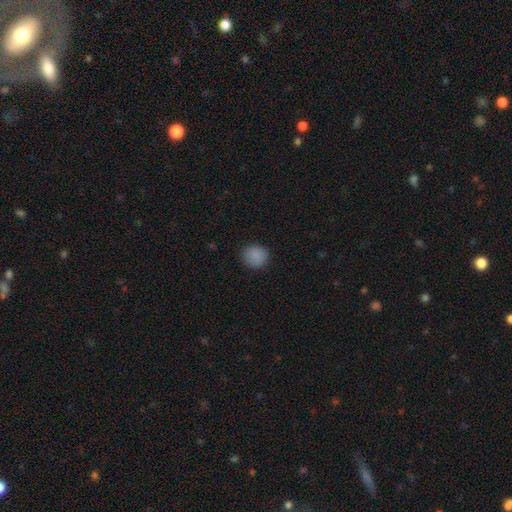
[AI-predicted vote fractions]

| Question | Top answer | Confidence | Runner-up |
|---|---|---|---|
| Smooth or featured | smooth | 87% | star or artifact (10%) |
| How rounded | round | 87% | in between (12%) |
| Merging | none | 87% | minor disturbance (9%) |